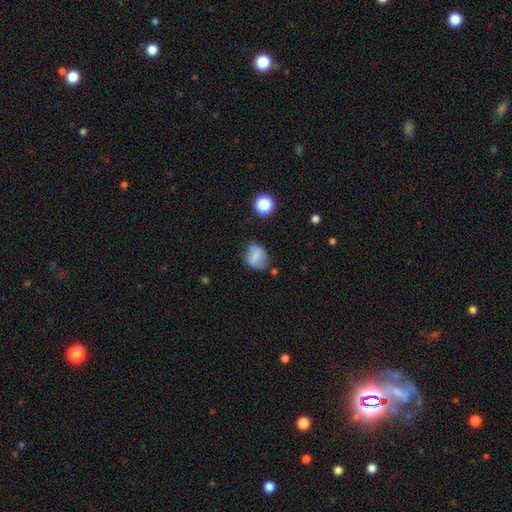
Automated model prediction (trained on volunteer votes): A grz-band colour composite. It shows a smooth galaxy with no disk features (72%) that is round (55%). Merging: none (63%).